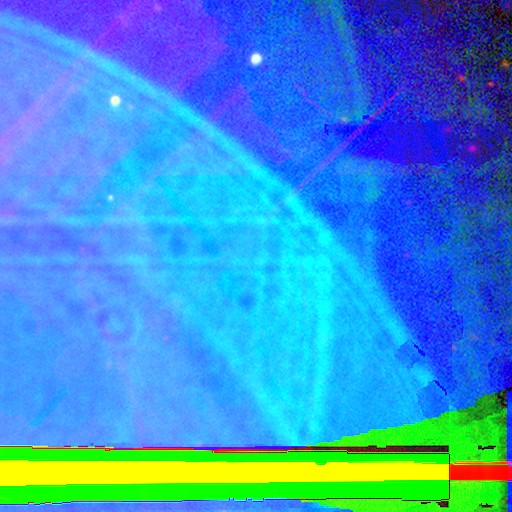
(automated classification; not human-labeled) Morphology: type=star or artifact (87%).